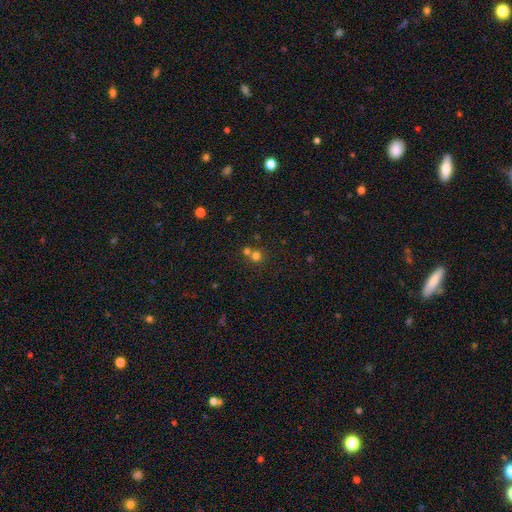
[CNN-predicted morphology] Smooth or featured? smooth (72%)
How rounded? round (91%)
Merging? none (52%)